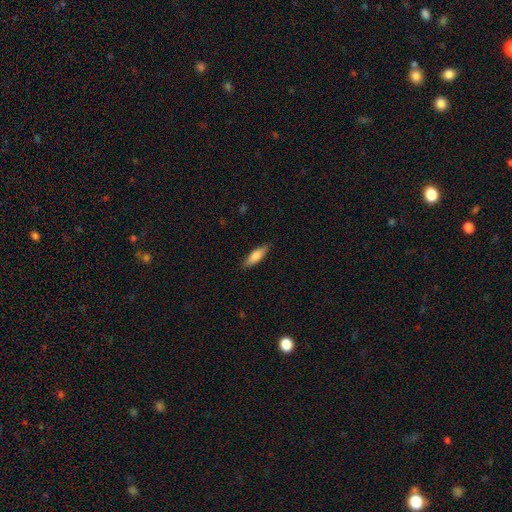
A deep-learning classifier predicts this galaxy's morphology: Smooth or featured?
  - smooth: 78% *
  - featured or disk: 16%
  - star or artifact: 6%
How rounded?
  - cigar-shaped: 50% *
  - in between: 48%
  - round: 2%
Merging?
  - none: 85% *
  - minor disturbance: 12%
  - major disturbance: 2%
  - merger: 1%